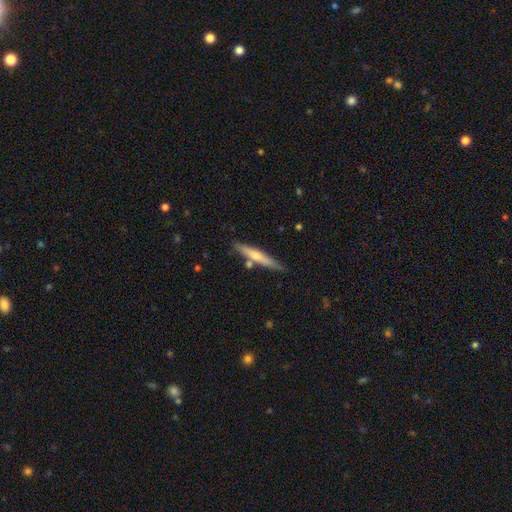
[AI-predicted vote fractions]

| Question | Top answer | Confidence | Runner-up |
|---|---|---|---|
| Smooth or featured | featured or disk | 51% | smooth (43%) |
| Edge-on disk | yes | 93% | no (7%) |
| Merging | none | 80% | minor disturbance (12%) |